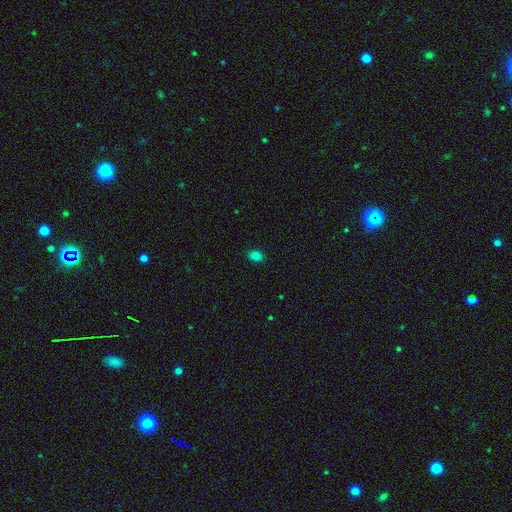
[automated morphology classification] A smooth galaxy with no disk features (83%) that is in between round and cigar-shaped (74%). Merging: none (89%).